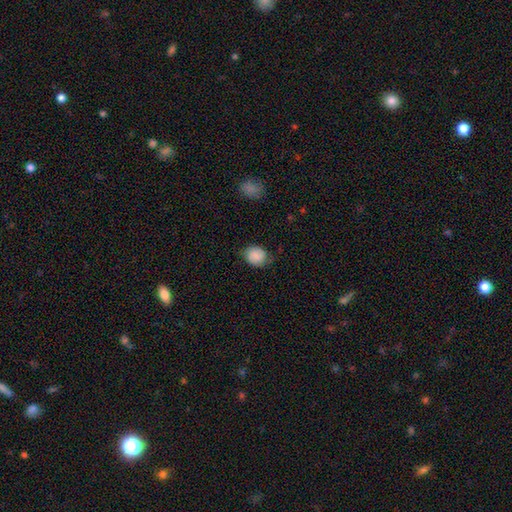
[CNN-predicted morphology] smooth-or-featured: smooth: 80% | featured or disk: 12% | star or artifact: 8%
  how-rounded: round: 62% | in between: 37% | cigar-shaped: 1%
  merging: none: 72% | minor disturbance: 21% | major disturbance: 5% | merger: 1%